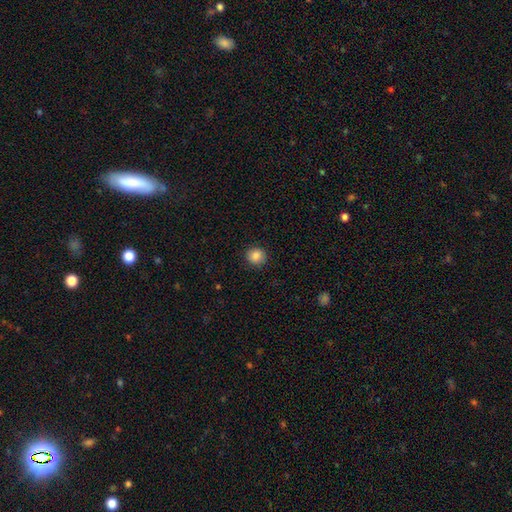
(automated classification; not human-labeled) This is clearly a smooth galaxy (85%). How rounded: clearly round (89%). Merging: clearly none (90%).